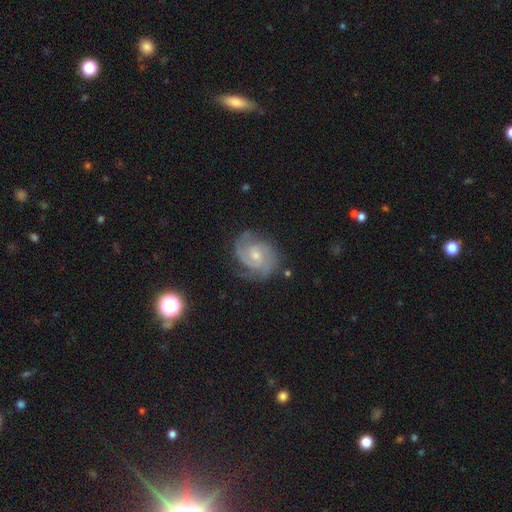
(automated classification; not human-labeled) featured or disk 85%, smooth 9%, star or artifact 6%. Down the decision tree: edge-on disk — no (98%); bar — no (60%); spiral arms — yes (97%); spiral arm count — 2 (57%); spiral winding — tight (50%); bulge size — small (56%); merging — none (73%).